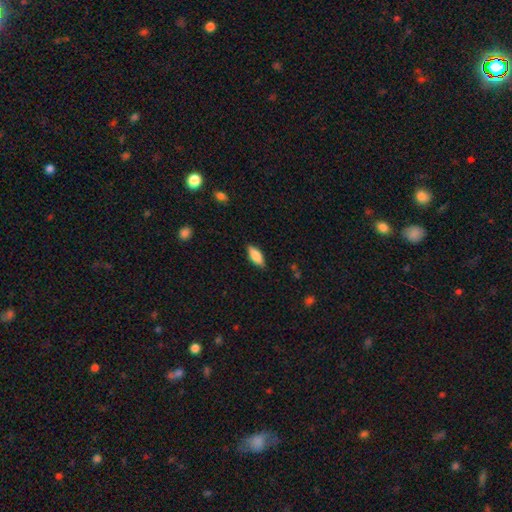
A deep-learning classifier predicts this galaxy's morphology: smooth-or-featured: smooth: 81% | featured or disk: 13% | star or artifact: 6%
  how-rounded: in between: 77% | cigar-shaped: 21% | round: 2%
  merging: none: 86% | minor disturbance: 11% | major disturbance: 2% | merger: 1%